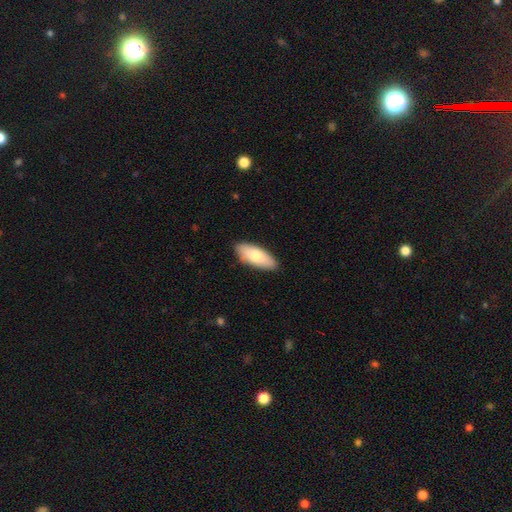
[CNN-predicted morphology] The model was most divided on "smooth or featured": smooth: 75%, featured or disk: 19%, star or artifact: 6%. More confident: merging — none (87%); how rounded — in between (82%).